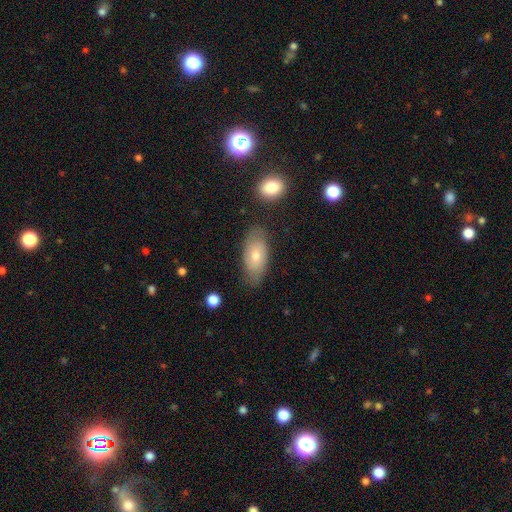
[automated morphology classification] The model was most divided on "smooth or featured": smooth: 61%, featured or disk: 31%, star or artifact: 8%. More confident: how rounded — in between (89%); merging — none (76%).